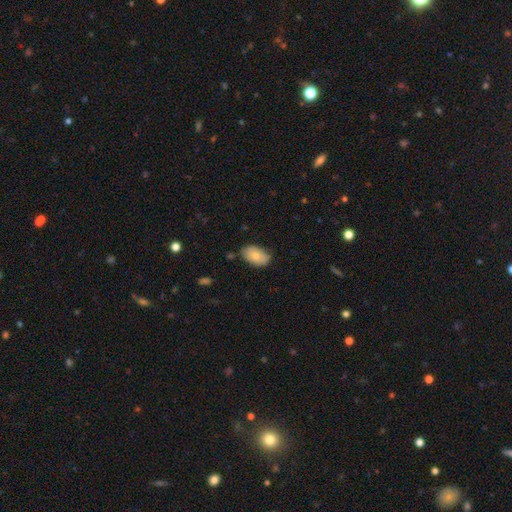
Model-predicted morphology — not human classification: Smooth or featured?
  - smooth: 79% *
  - featured or disk: 14%
  - star or artifact: 7%
How rounded?
  - in between: 92% *
  - round: 6%
  - cigar-shaped: 1%
Merging?
  - none: 77% *
  - minor disturbance: 17%
  - major disturbance: 3%
  - merger: 2%